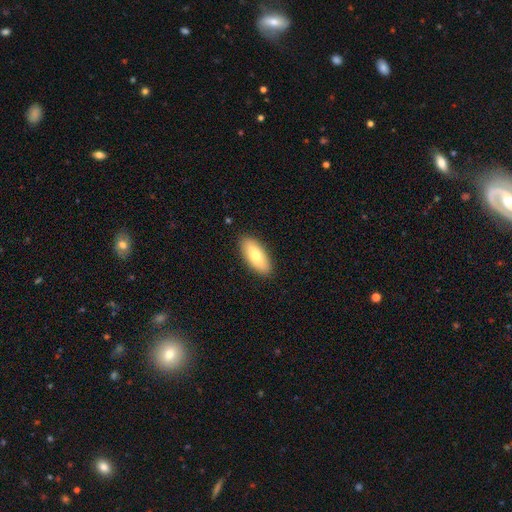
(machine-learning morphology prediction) The model was most divided on "smooth or featured": smooth: 74%, featured or disk: 20%, star or artifact: 6%. More confident: merging — none (88%); how rounded — in between (81%).